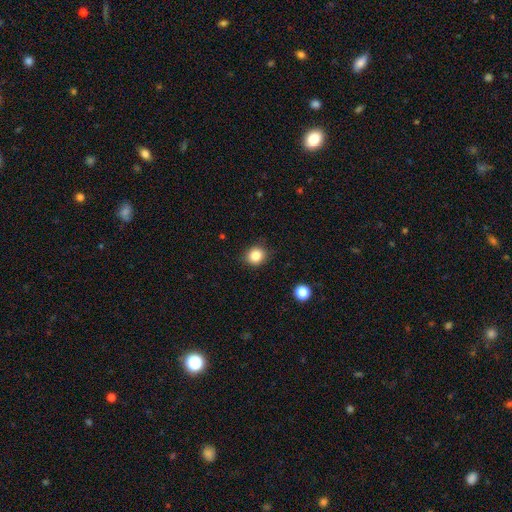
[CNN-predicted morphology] Q: Smooth or featured?
A: smooth (84%); runner-up: star or artifact (11%)
Q: How rounded?
A: round (81%); runner-up: in between (18%)
Q: Merging?
A: none (88%); runner-up: minor disturbance (8%)